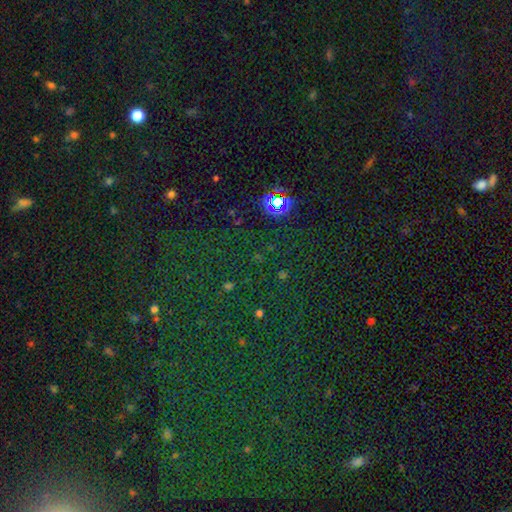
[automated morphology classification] Q: Smooth or featured?
A: star or artifact (74%); runner-up: smooth (18%)